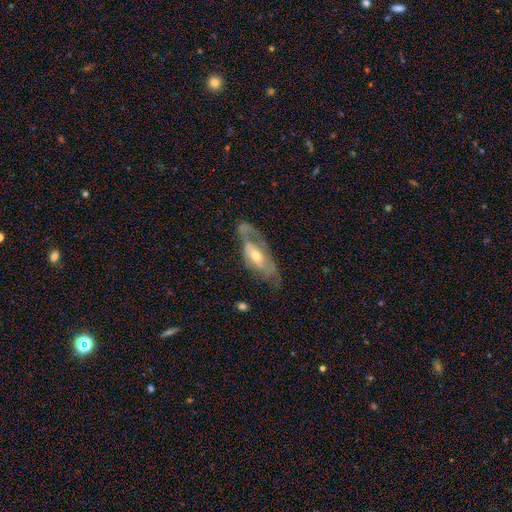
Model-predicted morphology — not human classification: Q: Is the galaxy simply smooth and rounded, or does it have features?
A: featured or disk — 68%.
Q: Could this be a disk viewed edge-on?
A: no — 81%.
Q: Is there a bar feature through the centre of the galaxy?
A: no — 62%.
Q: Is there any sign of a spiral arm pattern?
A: yes — 60%.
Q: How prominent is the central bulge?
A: moderate — 55%.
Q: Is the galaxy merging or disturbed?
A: none — 46%.